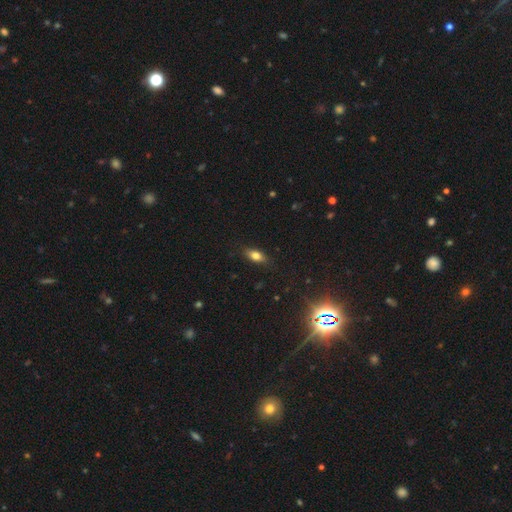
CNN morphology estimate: Smooth or featured?
  - smooth: 76% *
  - featured or disk: 14%
  - star or artifact: 10%
How rounded?
  - in between: 81% *
  - cigar-shaped: 13%
  - round: 6%
Merging?
  - none: 85% *
  - minor disturbance: 11%
  - major disturbance: 3%
  - merger: 1%